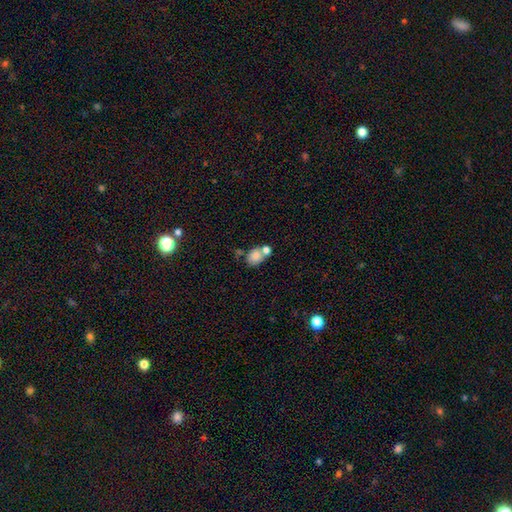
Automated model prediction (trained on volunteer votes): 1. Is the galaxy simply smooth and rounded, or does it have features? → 80% smooth, 10% featured or disk, 10% star or artifact.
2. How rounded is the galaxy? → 51% in between, 48% round, 1% cigar-shaped.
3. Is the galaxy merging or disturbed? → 41% none (tied), 41% merger (tied), 13% minor disturbance, 5% major disturbance.